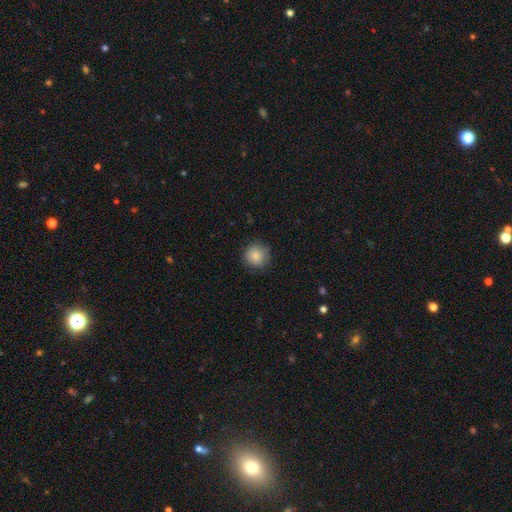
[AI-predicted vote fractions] Q: Smooth or featured?
A: smooth (85%); runner-up: star or artifact (9%)
Q: How rounded?
A: round (92%); runner-up: in between (7%)
Q: Merging?
A: none (84%); runner-up: minor disturbance (12%)